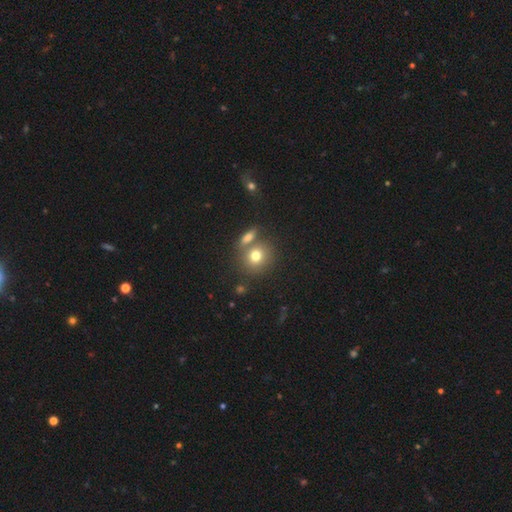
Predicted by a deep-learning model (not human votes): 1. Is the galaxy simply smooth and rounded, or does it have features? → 75% smooth, 13% featured or disk, 12% star or artifact.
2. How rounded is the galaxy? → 78% round, 21% in between, 1% cigar-shaped.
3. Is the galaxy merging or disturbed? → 58% none, 29% merger, 10% minor disturbance, 4% major disturbance.